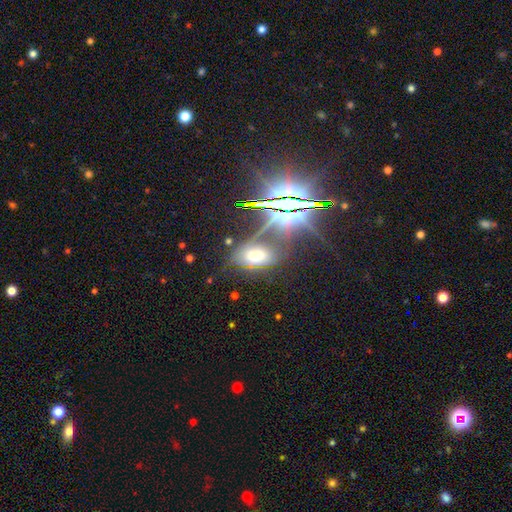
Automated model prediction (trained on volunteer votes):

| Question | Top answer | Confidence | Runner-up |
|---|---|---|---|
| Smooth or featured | smooth | 43% | star or artifact (35%) |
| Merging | none | 59% | minor disturbance (20%) |